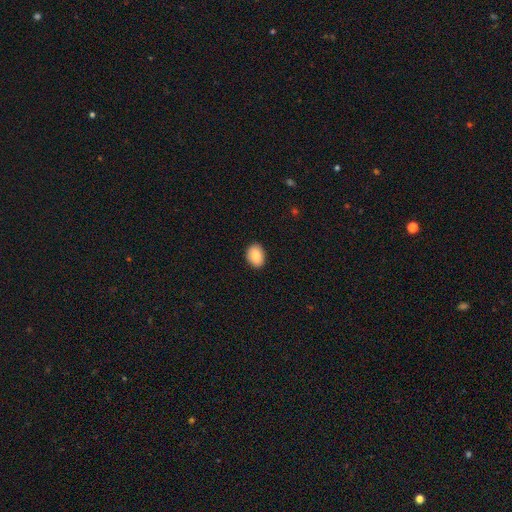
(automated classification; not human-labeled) Smooth or featured?
  - smooth: 86% *
  - star or artifact: 7%
  - featured or disk: 7%
How rounded?
  - in between: 78% *
  - round: 21%
  - cigar-shaped: 1%
Merging?
  - none: 89% *
  - minor disturbance: 9%
  - major disturbance: 2%
  - merger: 1%